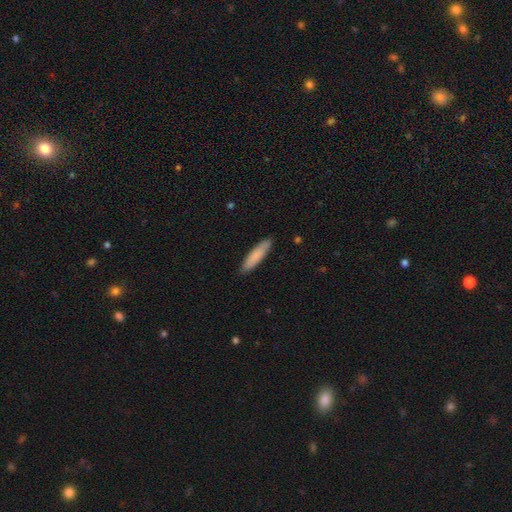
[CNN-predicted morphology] Smooth or featured? Predicted: smooth (p=0.83). How rounded? Predicted: cigar-shaped (p=0.75). Merging? Predicted: none (p=0.87).